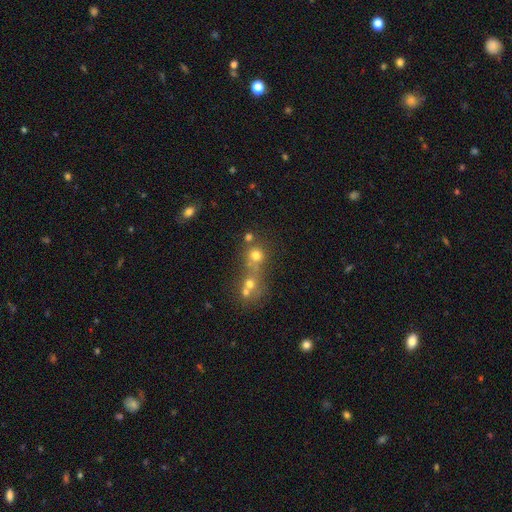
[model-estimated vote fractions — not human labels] smooth_or_featured: smooth (p=0.63) [alt: star or artifact p=0.20]
how_rounded: round (p=0.86) [alt: in between p=0.12]
merging: none (p=0.46) [alt: merger p=0.42]